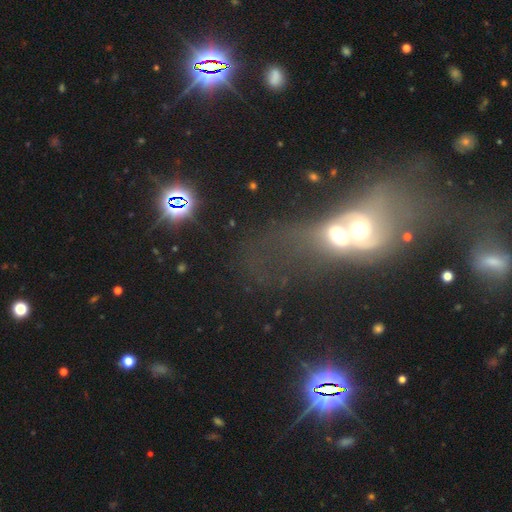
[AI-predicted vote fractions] smooth-or-featured: smooth: 37% | star or artifact: 35% | featured or disk: 27%
  merging: merger: 71% | none: 12% | major disturbance: 12% | minor disturbance: 6%